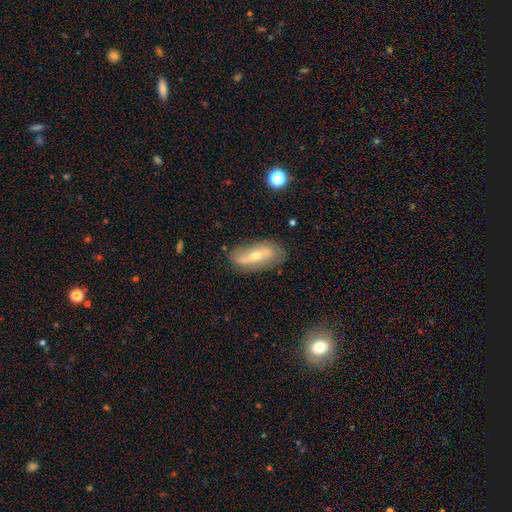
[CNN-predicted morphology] This appears to be a featured or disk galaxy (66%) with no bar (35%), spiral arms (78%) and a small central bulge (49%). Merging: none (77%).